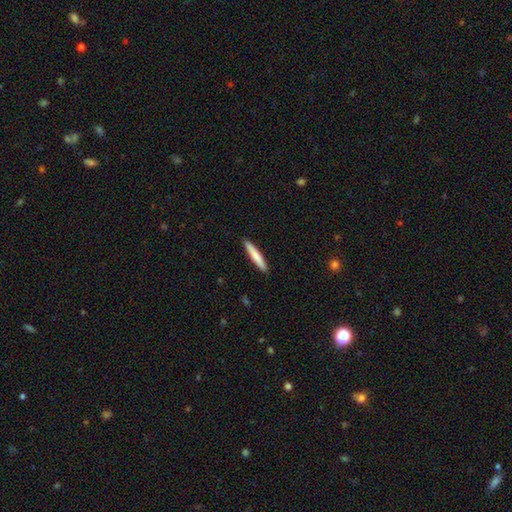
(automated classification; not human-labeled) Overall: smooth (78%). How rounded: cigar-shaped (94%). Merging: none (91%).